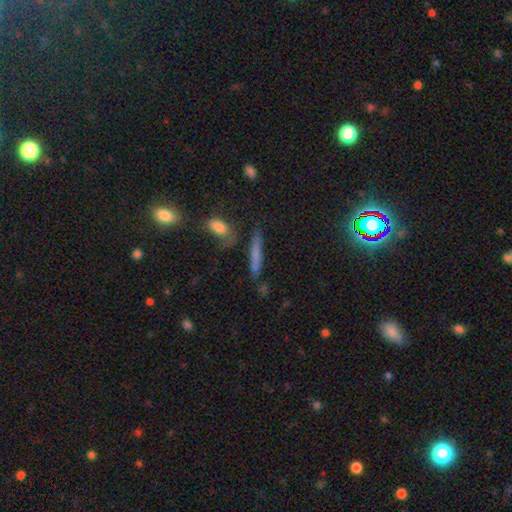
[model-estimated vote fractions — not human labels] Q: Smooth or featured?
A: smooth (59%); runner-up: featured or disk (26%)
Q: How rounded?
A: cigar-shaped (88%); runner-up: in between (8%)
Q: Merging?
A: none (73%); runner-up: minor disturbance (15%)